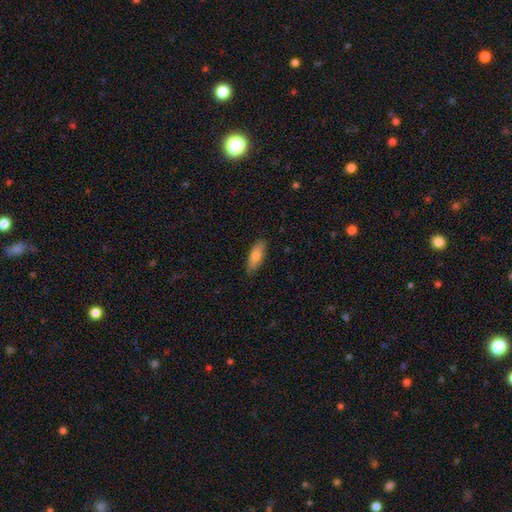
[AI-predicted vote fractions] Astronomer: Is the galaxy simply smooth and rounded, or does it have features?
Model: smooth — 77%.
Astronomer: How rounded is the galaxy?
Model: in between — 71%.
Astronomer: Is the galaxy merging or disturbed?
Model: none — 85%.